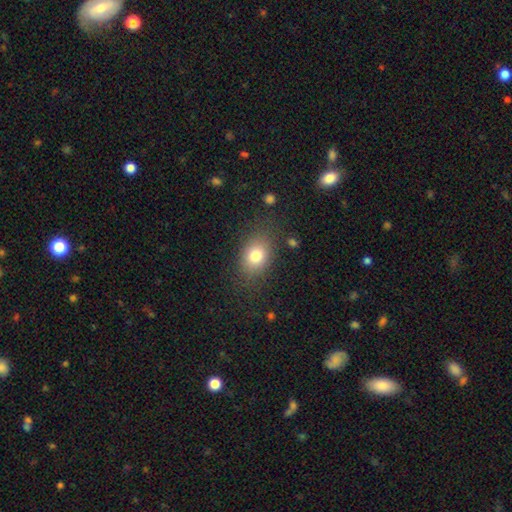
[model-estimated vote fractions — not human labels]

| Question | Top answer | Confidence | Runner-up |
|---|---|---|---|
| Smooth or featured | smooth | 79% | featured or disk (11%) |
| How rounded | in between | 71% | round (28%) |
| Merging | none | 78% | minor disturbance (14%) |